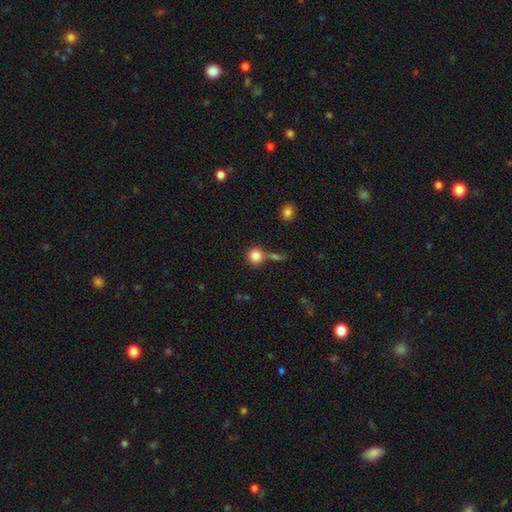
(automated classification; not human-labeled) Smooth or featured? Predicted: smooth (p=0.85). How rounded? Predicted: round (p=0.89). Merging? Predicted: none (p=0.60).